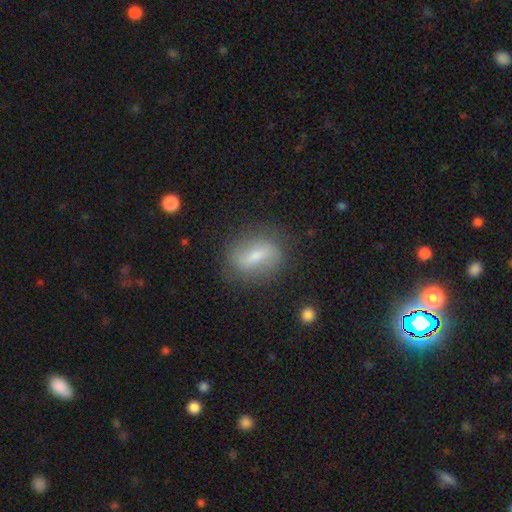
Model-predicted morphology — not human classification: This appears to be a smooth galaxy with no disk features (49%). Merging: none (77%).